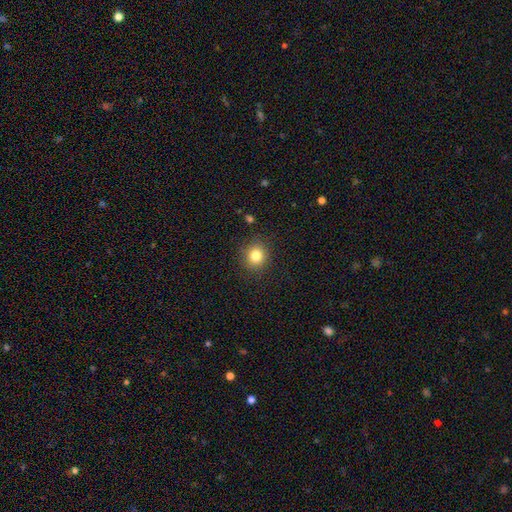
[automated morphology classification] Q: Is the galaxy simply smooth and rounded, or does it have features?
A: smooth — 81%.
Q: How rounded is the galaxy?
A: round — 83%.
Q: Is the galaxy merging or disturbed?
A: none — 88%.